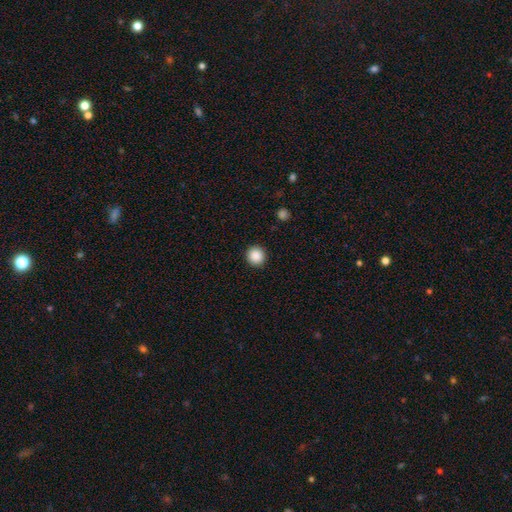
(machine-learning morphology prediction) type=smooth (88%); roundness=round (93%); merging=none (92%).